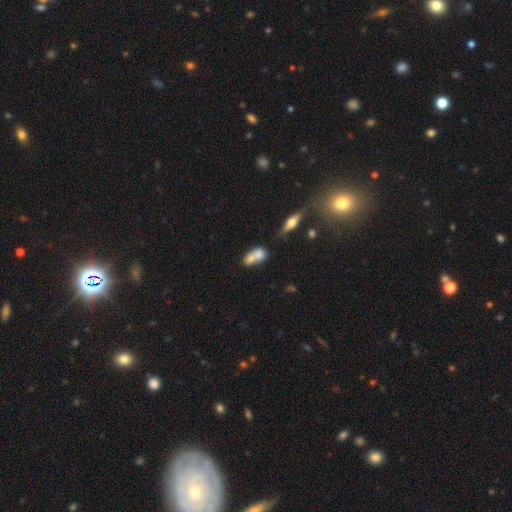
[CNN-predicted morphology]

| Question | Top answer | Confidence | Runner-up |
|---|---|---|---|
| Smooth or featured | smooth | 69% | featured or disk (22%) |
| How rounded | in between | 69% | round (22%) |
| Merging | merger | 65% | none (23%) |